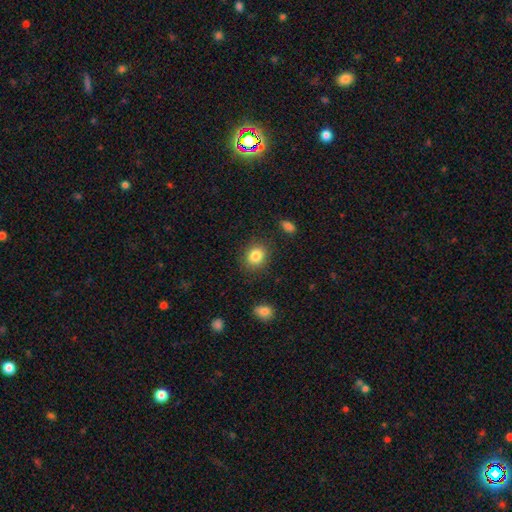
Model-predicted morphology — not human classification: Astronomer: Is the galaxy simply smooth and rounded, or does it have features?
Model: smooth — 85%.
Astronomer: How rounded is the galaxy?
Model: round — 62%.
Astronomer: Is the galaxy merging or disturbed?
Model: none — 85%.